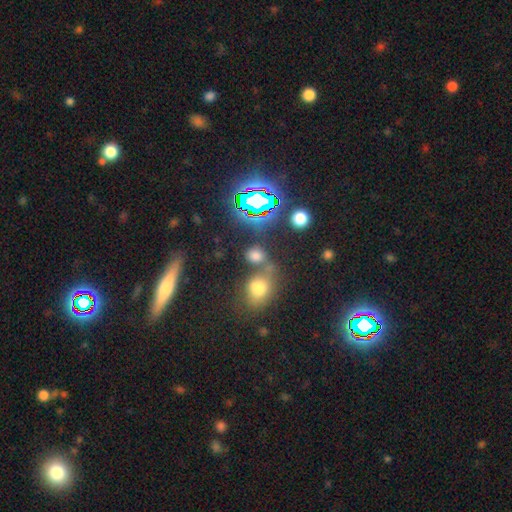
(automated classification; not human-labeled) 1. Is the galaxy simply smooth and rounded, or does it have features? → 63% smooth, 29% star or artifact, 8% featured or disk.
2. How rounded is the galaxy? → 57% round, 41% in between, 2% cigar-shaped.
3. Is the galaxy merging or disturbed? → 57% none, 26% merger, 11% minor disturbance, 6% major disturbance.